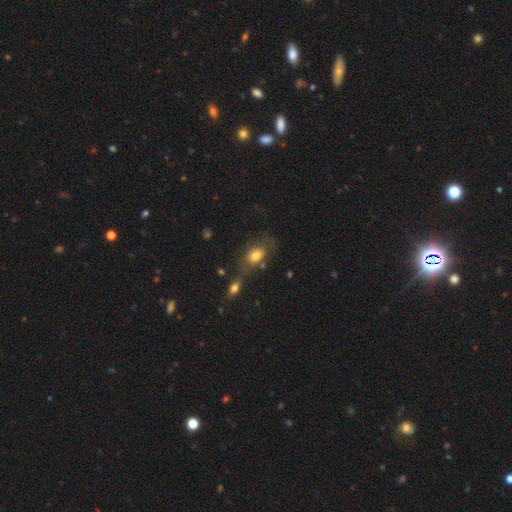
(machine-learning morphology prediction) Smooth or featured? smooth (76%)
How rounded? in between (81%)
Merging? none (51%)